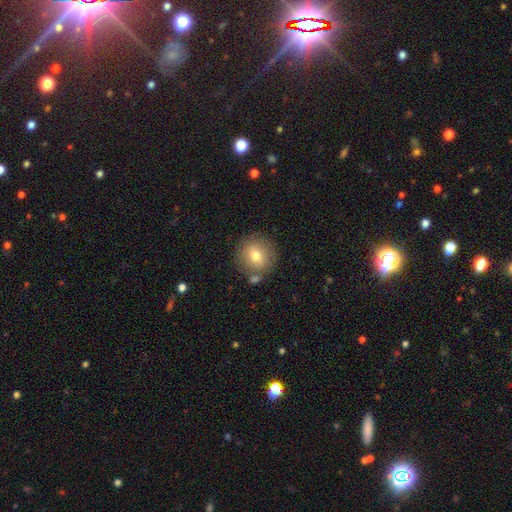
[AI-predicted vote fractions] The model was most divided on "smooth or featured": smooth: 76%, featured or disk: 15%, star or artifact: 9%. More confident: how rounded — round (91%); merging — none (79%).